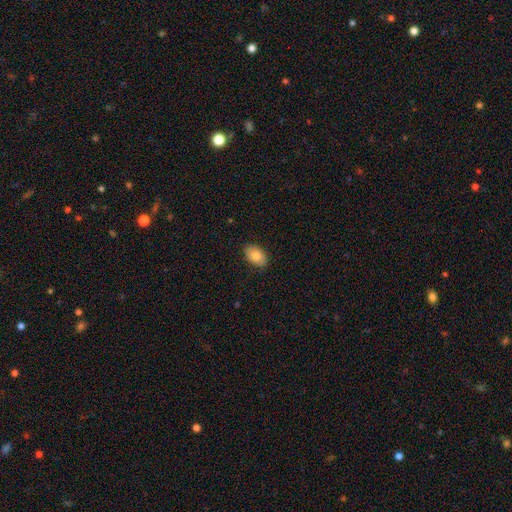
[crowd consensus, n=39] Q: Smooth or featured?
A: smooth (82%); runner-up: featured or disk (13%)
Q: How rounded?
A: in between (91%); runner-up: round (6%)
Q: Merging?
A: none (92%); runner-up: minor disturbance (8%)